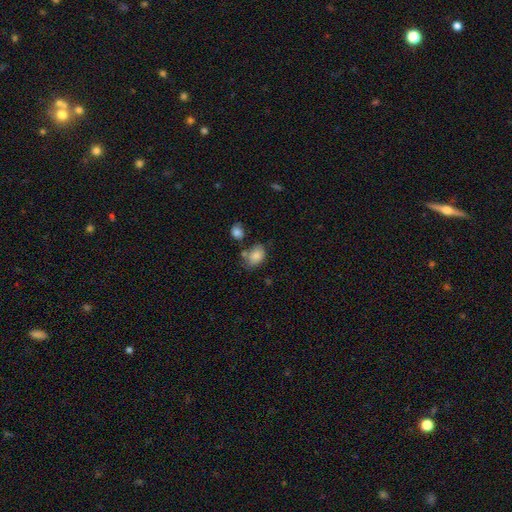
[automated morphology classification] Smooth or featured: smooth — 84% (star or artifact — 9%)
How rounded: in between — 74% (round — 25%)
Merging: none — 53% (minor disturbance — 23%)